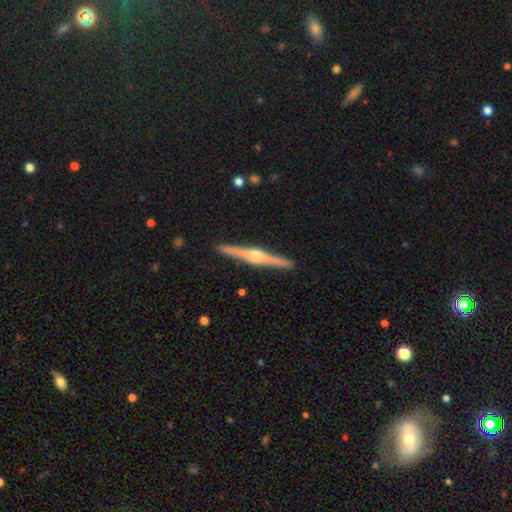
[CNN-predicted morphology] type=featured or disk (82%); edge-on=yes (98%); edge-on bulge=rounded (91%); merging=none (92%).